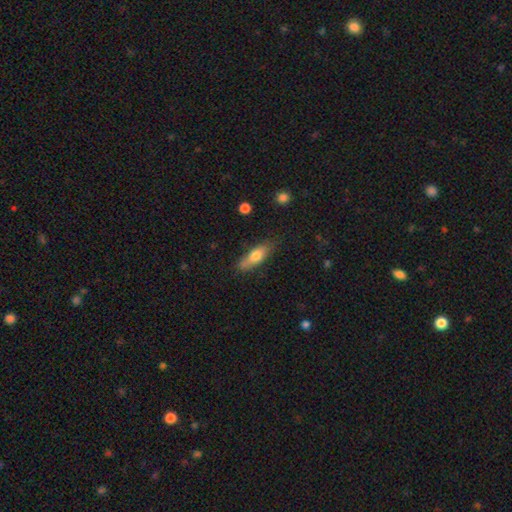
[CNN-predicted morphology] Overall: smooth (71%). How rounded: in between (54%; cigar-shaped 43%). Merging: none (73%).